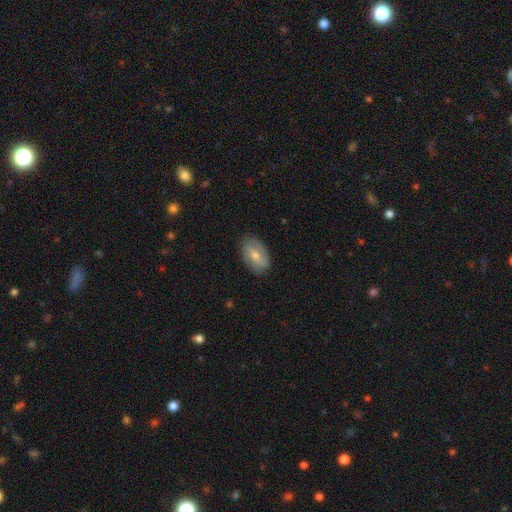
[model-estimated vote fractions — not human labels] Smooth or featured: smooth — 49% (featured or disk — 45%)
Merging: none — 80% (minor disturbance — 15%)